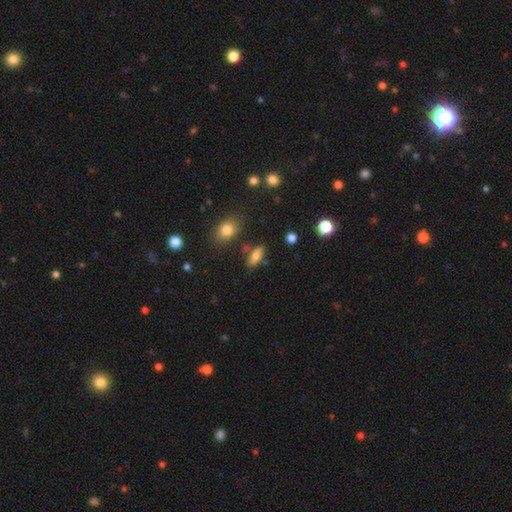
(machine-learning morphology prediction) The model was most divided on "how rounded": in between: 77%, cigar-shaped: 18%, round: 5%. More confident: smooth or featured — smooth (78%); merging — none (75%).